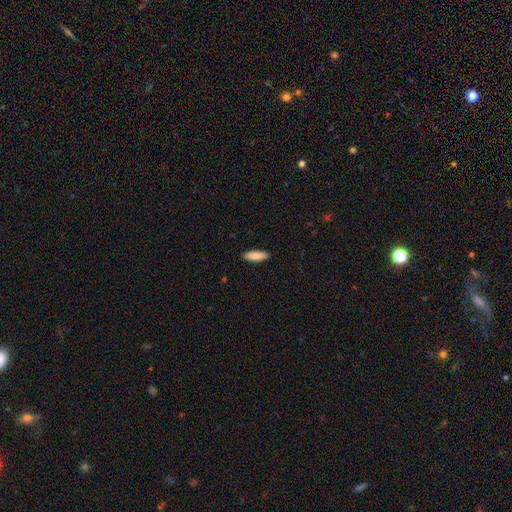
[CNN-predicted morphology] A smooth galaxy with no disk features (86%) that is cigar-shaped (51%). Merging: none (90%).